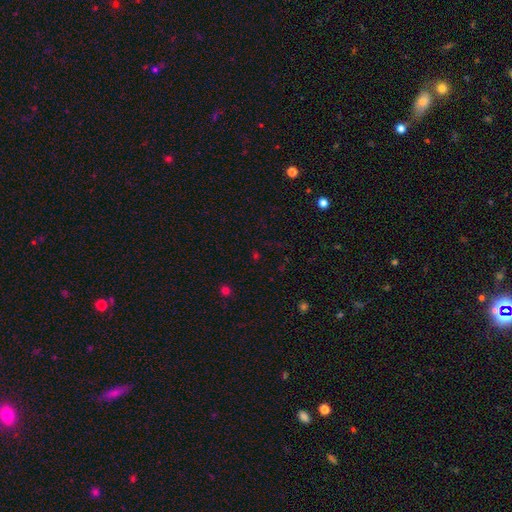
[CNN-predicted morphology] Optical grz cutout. It shows a star or artifact, not a galaxy (57%).